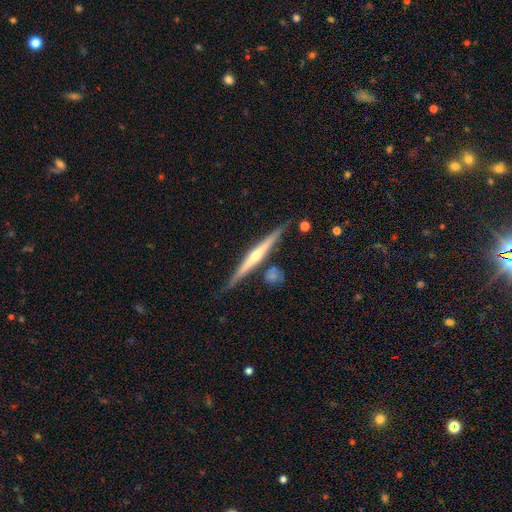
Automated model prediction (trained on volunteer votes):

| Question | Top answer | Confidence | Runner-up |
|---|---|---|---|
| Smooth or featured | featured or disk | 75% | smooth (19%) |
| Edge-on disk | yes | 98% | no (2%) |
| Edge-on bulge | rounded | 78% | none (17%) |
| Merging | none | 83% | minor disturbance (10%) |